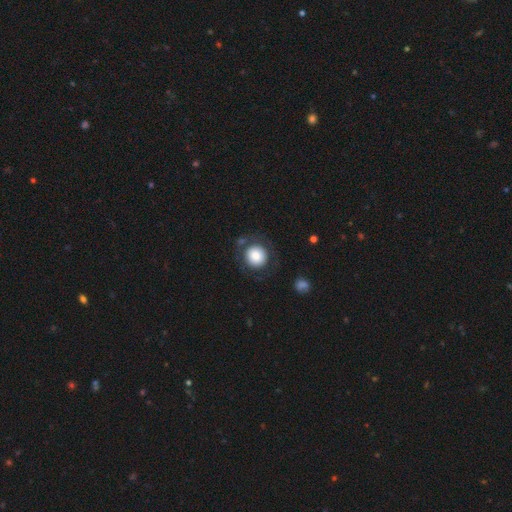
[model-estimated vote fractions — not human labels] This is likely a smooth galaxy (79%). How rounded: clearly round (93%). Merging: likely none (76%).